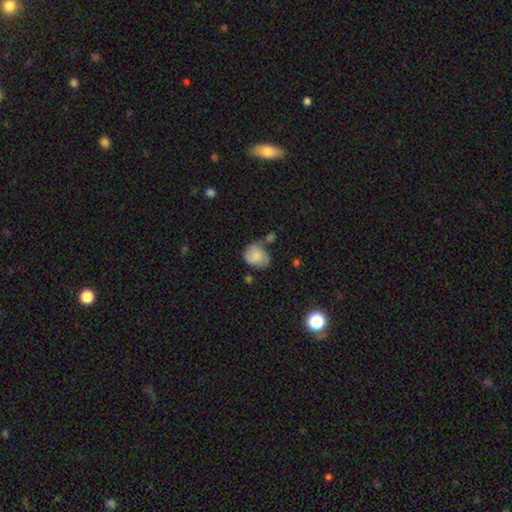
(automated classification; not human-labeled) Q: Smooth or featured?
A: smooth (67%); runner-up: featured or disk (25%)
Q: How rounded?
A: round (50%); runner-up: in between (49%)
Q: Merging?
A: none (42%); runner-up: minor disturbance (29%)